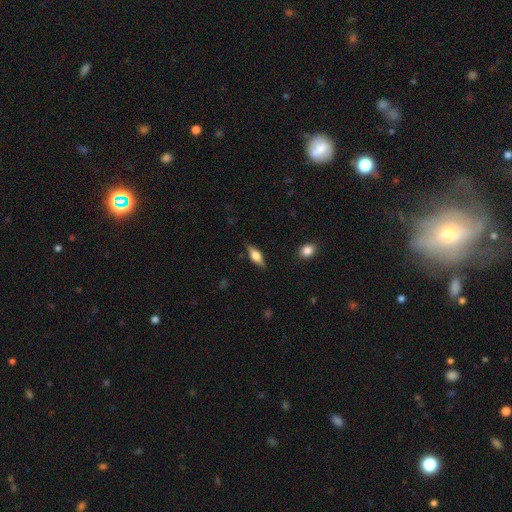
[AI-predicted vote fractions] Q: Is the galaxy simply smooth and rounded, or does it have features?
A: smooth — 47%.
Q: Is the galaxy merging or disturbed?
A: none — 85%.